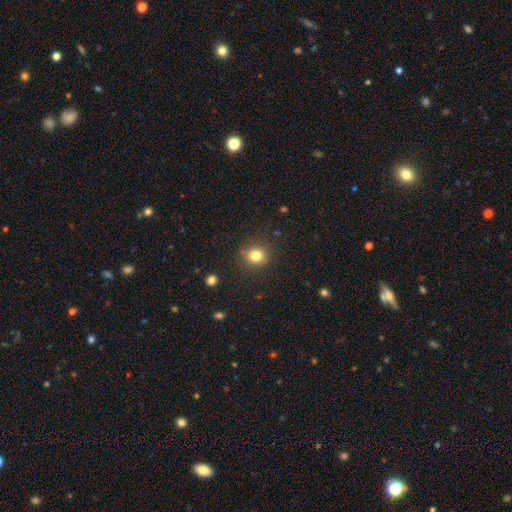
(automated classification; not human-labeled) A smooth galaxy with no disk features (80%) that is round (86%).

Vote fractions:
- Smooth or featured? smooth: 80% / star or artifact: 13% / featured or disk: 6%
- How rounded? round: 86% / in between: 13% / cigar-shaped: 1%
- Merging? none: 87% / minor disturbance: 8% / major disturbance: 3% / merger: 2%